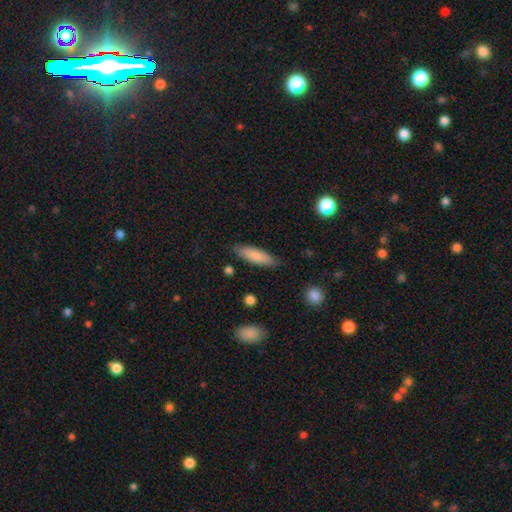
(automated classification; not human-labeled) This is clearly a smooth galaxy (83%). How rounded: possibly cigar-shaped (54%). Merging: clearly none (84%).